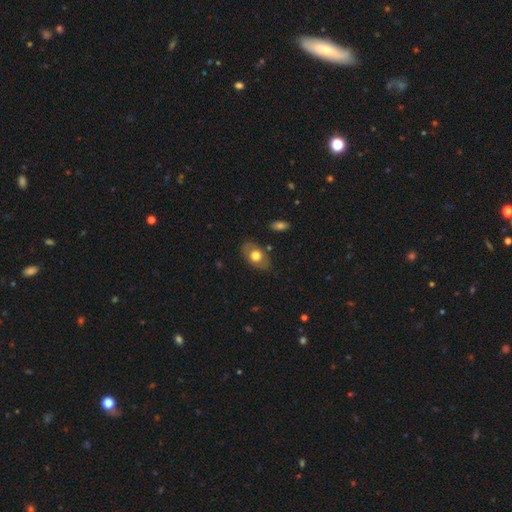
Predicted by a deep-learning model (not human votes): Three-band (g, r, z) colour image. It shows a smooth galaxy with no disk features (65%) that is in between round and cigar-shaped (84%). Merging: none (79%).